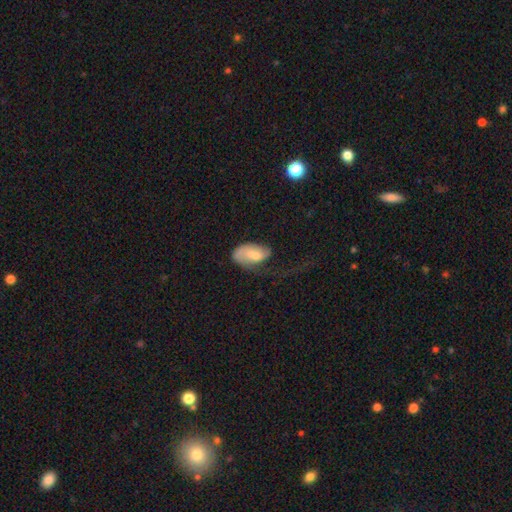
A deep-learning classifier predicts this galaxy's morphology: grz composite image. It shows a smooth galaxy with no disk features (52%) that is in between round and cigar-shaped (92%). Merging: major disturbance (41%).